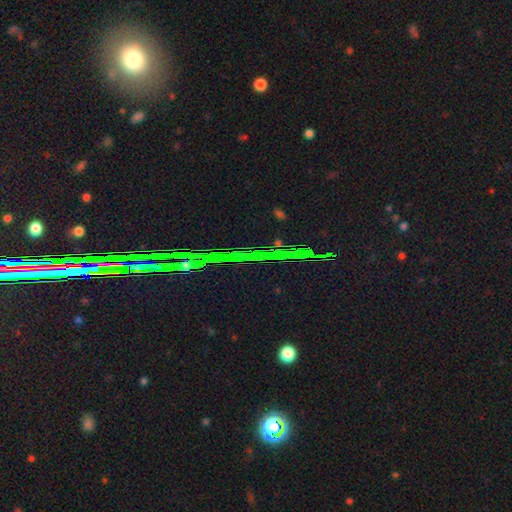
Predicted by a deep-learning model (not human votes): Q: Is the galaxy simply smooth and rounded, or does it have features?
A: star or artifact — 80%.